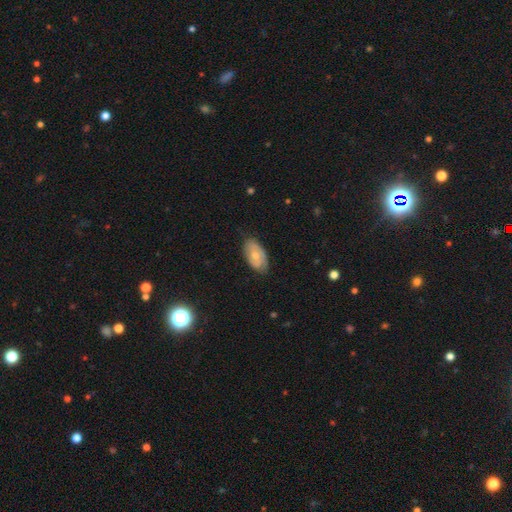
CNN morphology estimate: This appears to be a smooth galaxy with no disk features (51%) that is in between round and cigar-shaped (93%). Merging: none (72%).